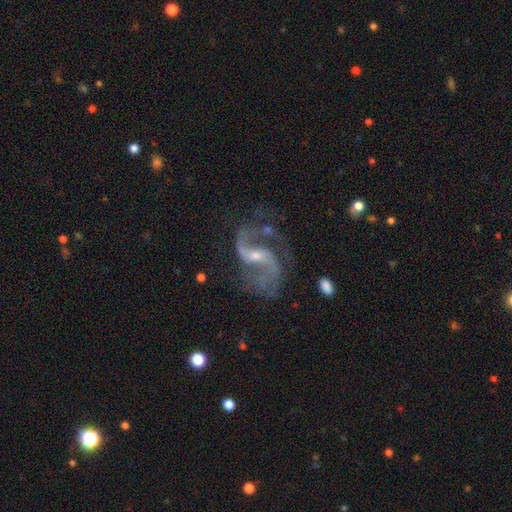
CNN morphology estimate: A featured or disk galaxy (92%) with a weak bar (47%), 2 (92%) loose (52%) spiral arms (97%) and a small central bulge (64%).

Vote fractions:
- Smooth or featured? featured or disk: 92% / star or artifact: 5% / smooth: 3%
- Edge-on disk? no: 98% / yes: 2%
- Bar? weak: 47% / no: 31% / strong: 22%
- Spiral arms? yes: 97% / no: 3%
- Spiral winding? loose: 52% / medium: 41% / tight: 7%
- Spiral arm count? 2: 92% / 1: 2% / can't tell: 2% / 3: 2% / 4: 1% / more than 4: 1%
- Bulge size? small: 64% / moderate: 30% / none: 4% / large: 1% / dominant: 1%
- Merging? none: 62% / minor disturbance: 19% / major disturbance: 16% / merger: 3%